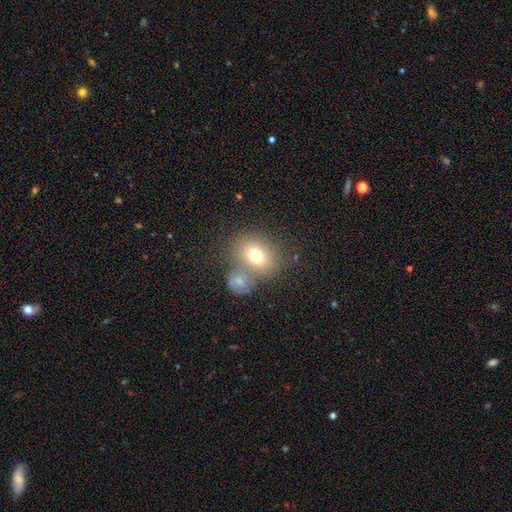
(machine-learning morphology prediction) A smooth galaxy with no disk features (73%) that is round (50%).

Vote fractions:
- Smooth or featured? smooth: 73% / featured or disk: 16% / star or artifact: 11%
- How rounded? round: 50% / in between: 49% / cigar-shaped: 1%
- Merging? none: 52% / merger: 32% / minor disturbance: 12% / major disturbance: 5%